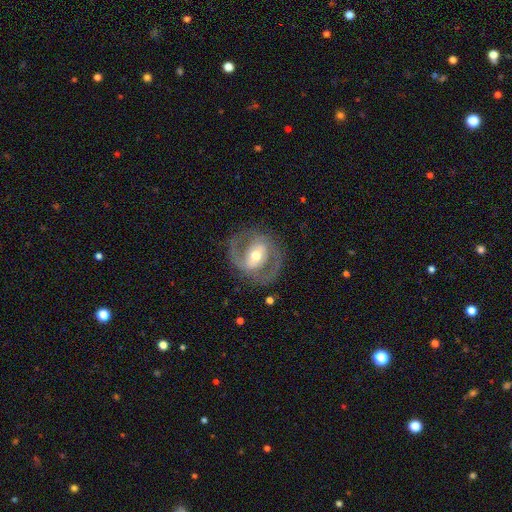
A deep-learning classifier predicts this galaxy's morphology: Smooth or featured? featured or disk (82%)
Edge-on disk? no (96%)
Bar? weak (40%)
Spiral arms? yes (83%)
Spiral winding? medium (54%)
Spiral arm count? 2 (88%)
Bulge size? moderate (66%)
Merging? none (79%)